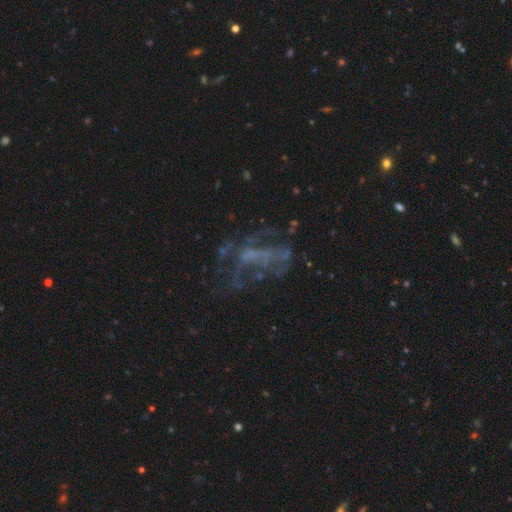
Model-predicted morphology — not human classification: Smooth or featured: featured or disk — 58% (star or artifact — 27%)
Edge-on disk: no — 95% (yes — 5%)
Bar: no — 77% (weak — 16%)
Spiral arms: no — 76% (yes — 24%)
Bulge size: none — 73% (small — 15%)
Merging: none — 44% (major disturbance — 36%)